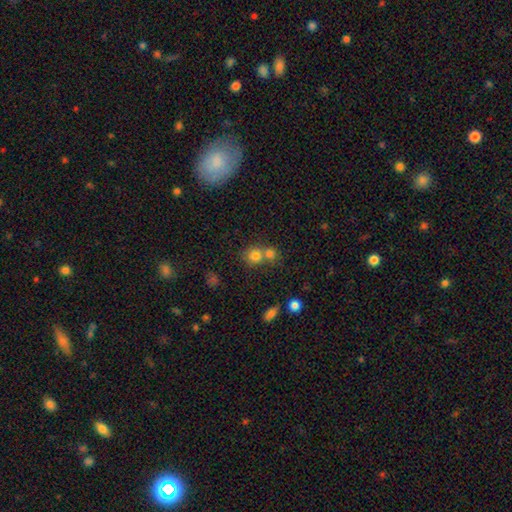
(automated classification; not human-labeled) This appears to be a smooth galaxy with no disk features (77%) that is round (82%). Merging: merger (48%).